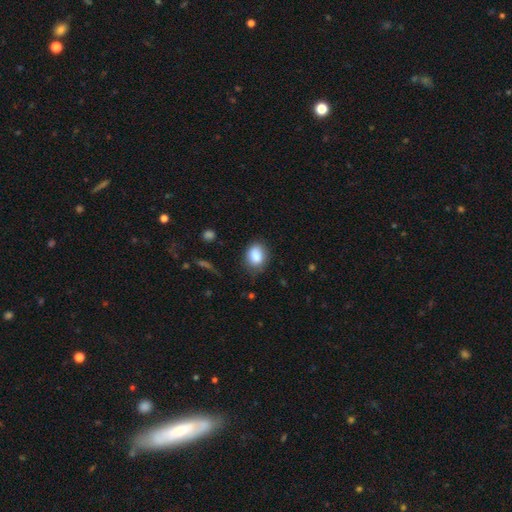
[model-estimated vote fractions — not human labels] smooth-or-featured: smooth: 87% | star or artifact: 8% | featured or disk: 5%
  how-rounded: in between: 62% | round: 37% | cigar-shaped: 1%
  merging: none: 75% | minor disturbance: 19% | major disturbance: 5% | merger: 2%